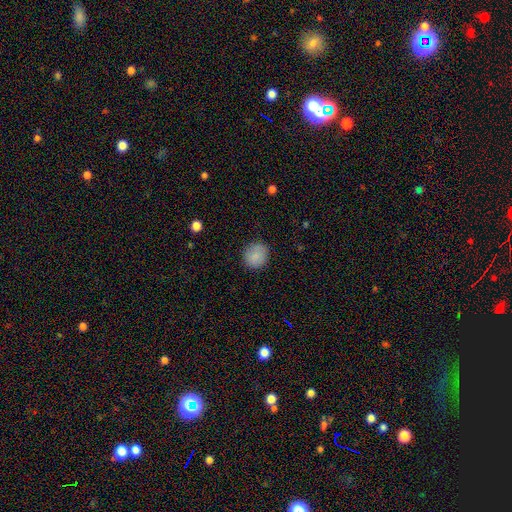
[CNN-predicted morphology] Smooth or featured? smooth (86%)
How rounded? round (77%)
Merging? none (84%)